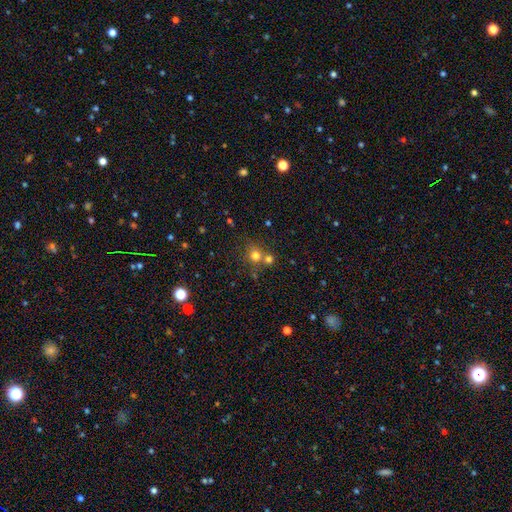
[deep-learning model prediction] Q: Smooth or featured?
A: smooth (73%); runner-up: star or artifact (17%)
Q: How rounded?
A: round (86%); runner-up: in between (13%)
Q: Merging?
A: none (55%); runner-up: merger (34%)